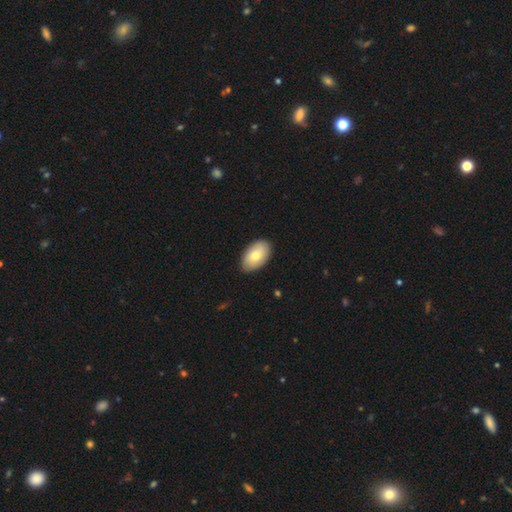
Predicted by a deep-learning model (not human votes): Q: Smooth or featured?
A: smooth (74%); runner-up: featured or disk (20%)
Q: How rounded?
A: in between (93%); runner-up: round (6%)
Q: Merging?
A: none (88%); runner-up: minor disturbance (9%)